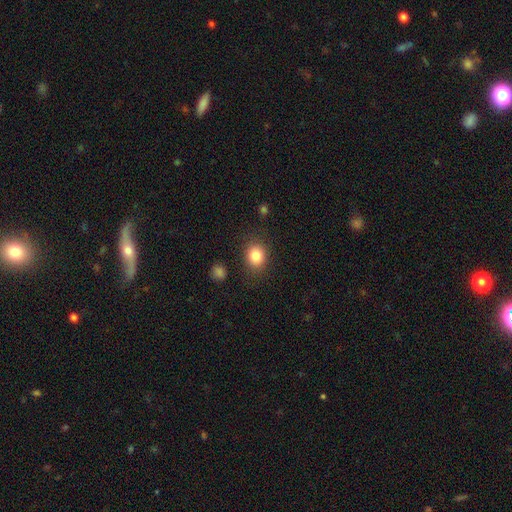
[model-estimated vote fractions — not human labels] This is clearly a smooth galaxy (84%). How rounded: likely round (63%). Merging: clearly none (83%).